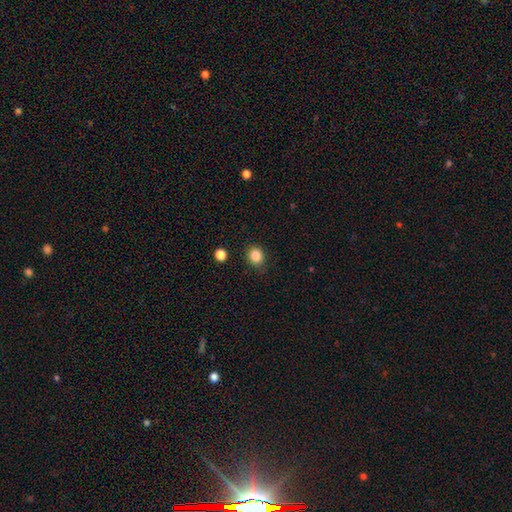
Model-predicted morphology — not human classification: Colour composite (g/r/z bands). It shows a smooth galaxy with no disk features (85%) that is round (67%). Merging: none (84%).